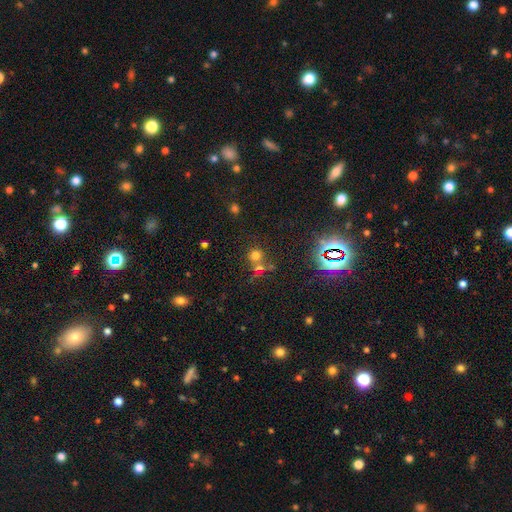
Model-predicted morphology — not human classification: Smooth or featured: smooth — 61% (star or artifact — 29%)
How rounded: round — 88% (in between — 10%)
Merging: none — 56% (merger — 31%)